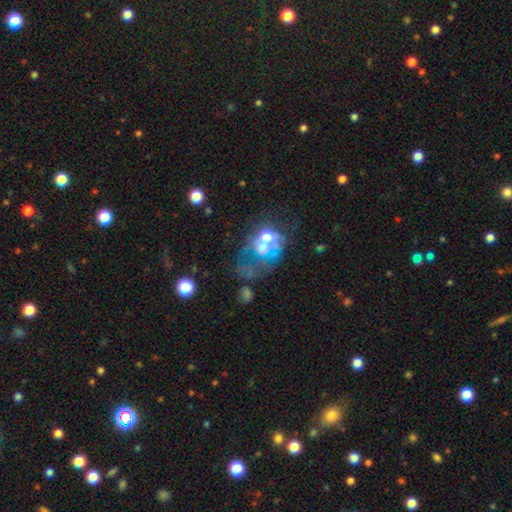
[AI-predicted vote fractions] Smooth or featured?
  - featured or disk: 48% *
  - star or artifact: 27%
  - smooth: 25%
Merging?
  - major disturbance: 35% *
  - none: 26%
  - merger: 25%
  - minor disturbance: 14%